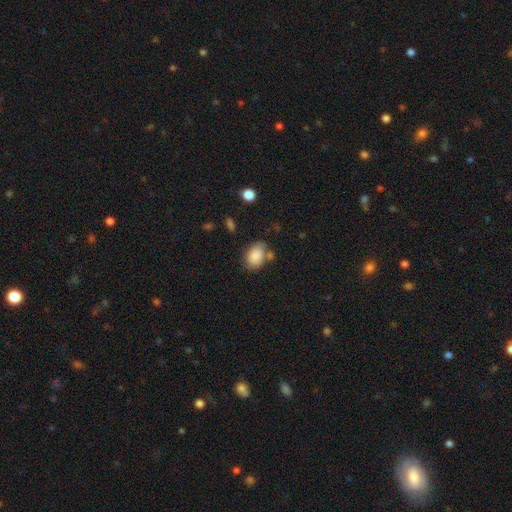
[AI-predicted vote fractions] smooth-or-featured: smooth: 83% | featured or disk: 9% | star or artifact: 8%
  how-rounded: in between: 80% | round: 19% | cigar-shaped: 1%
  merging: none: 56% | minor disturbance: 23% | merger: 13% | major disturbance: 8%